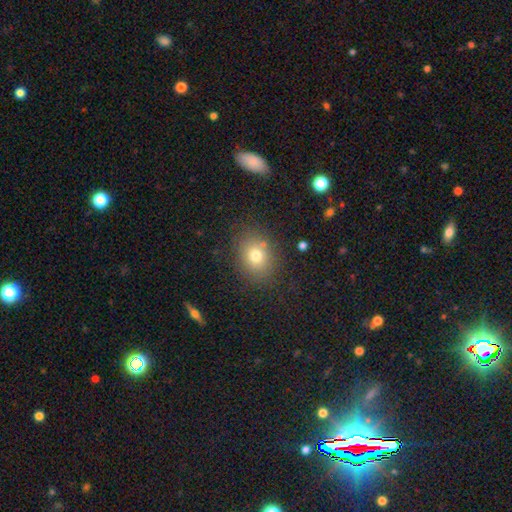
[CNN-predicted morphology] Smooth or featured? smooth (74%)
How rounded? round (56%)
Merging? none (82%)